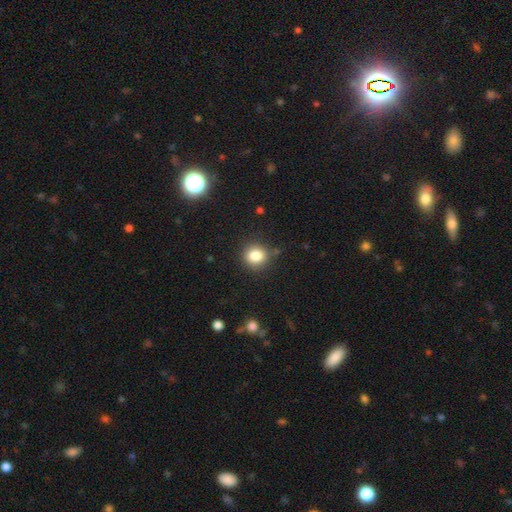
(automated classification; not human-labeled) This appears to be a smooth galaxy with no disk features (83%) that is round (82%). Merging: none (81%).